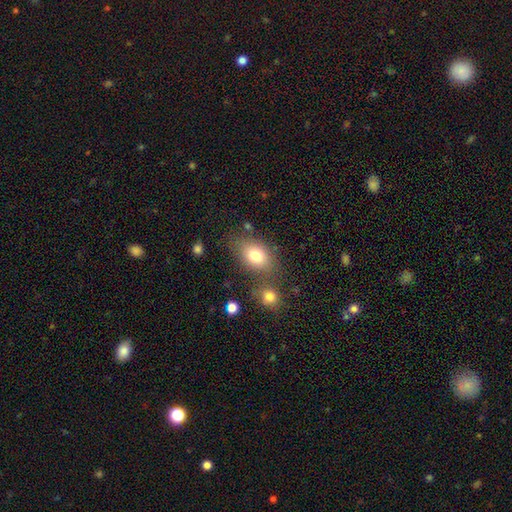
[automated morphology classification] Overall: smooth (78%). How rounded: in between (76%). Merging: none (64%).